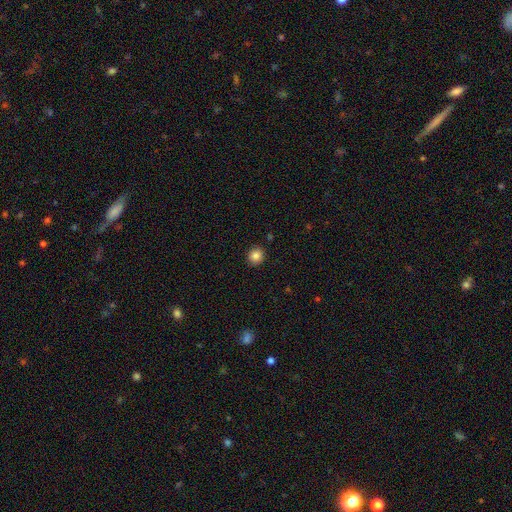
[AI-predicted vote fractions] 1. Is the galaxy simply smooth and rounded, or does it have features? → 84% smooth, 10% star or artifact, 6% featured or disk.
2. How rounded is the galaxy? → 87% round, 12% in between, 1% cigar-shaped.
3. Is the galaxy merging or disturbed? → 91% none, 6% minor disturbance, 2% major disturbance, 1% merger.